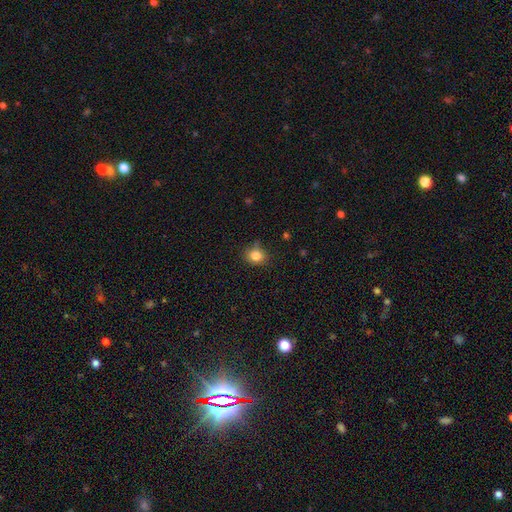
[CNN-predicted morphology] Smooth or featured?
  - smooth: 84% *
  - star or artifact: 11%
  - featured or disk: 5%
How rounded?
  - round: 63% *
  - in between: 36%
  - cigar-shaped: 1%
Merging?
  - none: 77% *
  - minor disturbance: 17%
  - major disturbance: 4%
  - merger: 3%